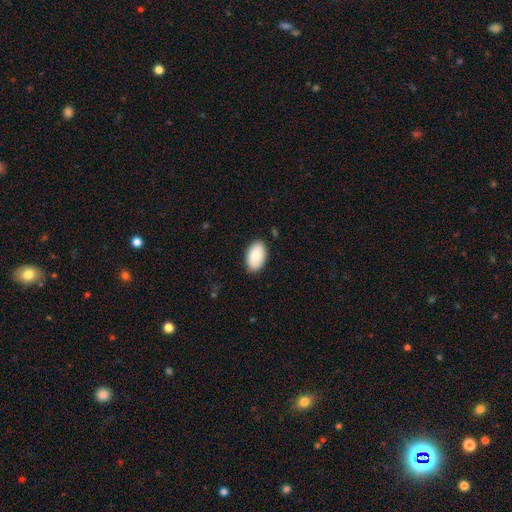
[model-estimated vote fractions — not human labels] smooth-or-featured: smooth: 85% | featured or disk: 9% | star or artifact: 6%
  how-rounded: in between: 94% | round: 4% | cigar-shaped: 1%
  merging: none: 86% | minor disturbance: 11% | major disturbance: 2% | merger: 1%